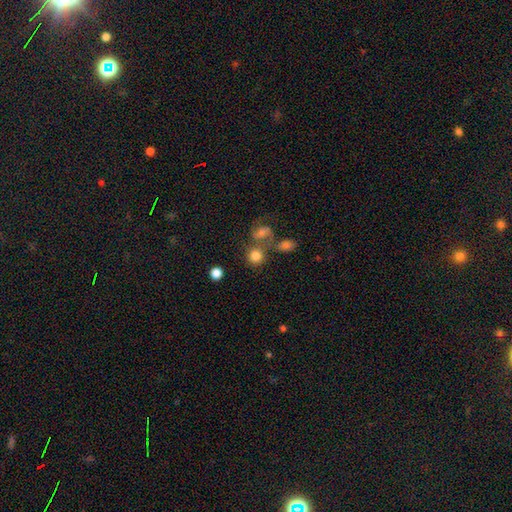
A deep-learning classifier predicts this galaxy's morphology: Smooth or featured? smooth (80%)
How rounded? round (85%)
Merging? none (56%)